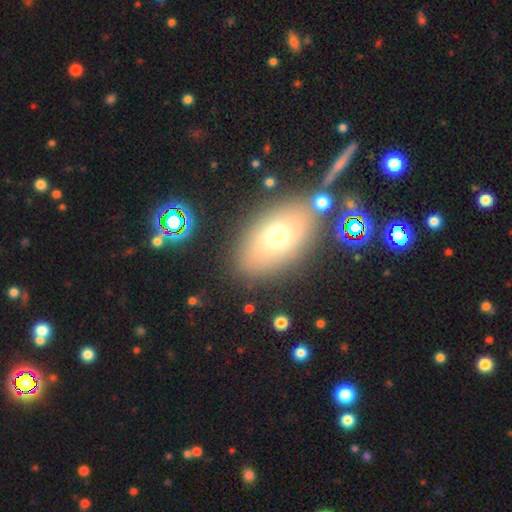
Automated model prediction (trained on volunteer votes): A smooth galaxy with no disk features (66%) that is in between round and cigar-shaped (76%). Merging: none (78%).